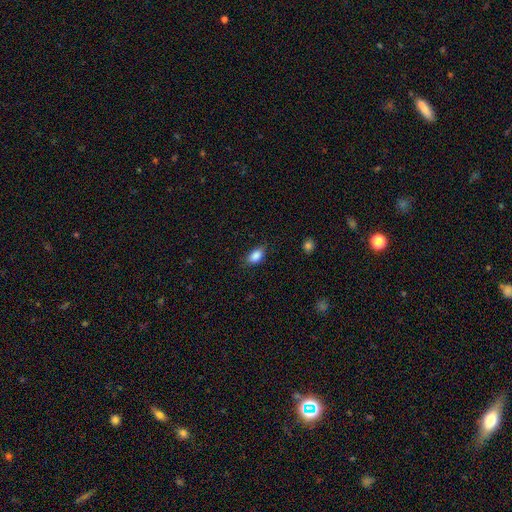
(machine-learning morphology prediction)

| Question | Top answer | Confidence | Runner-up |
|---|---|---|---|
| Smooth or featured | smooth | 87% | star or artifact (8%) |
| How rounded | in between | 87% | round (10%) |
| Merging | none | 77% | minor disturbance (18%) |